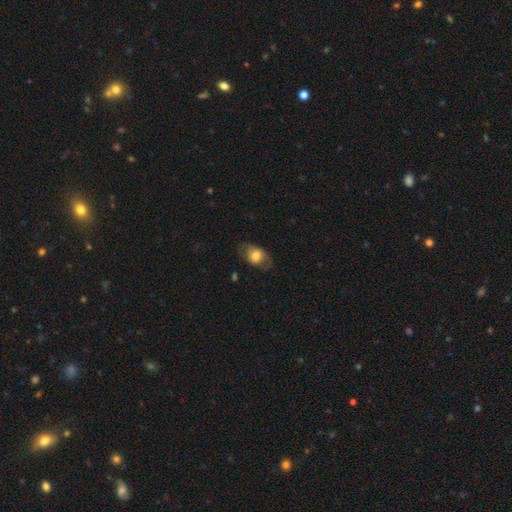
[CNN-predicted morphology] This is likely a smooth galaxy (62%). How rounded: likely in between (72%). Merging: likely none (66%).